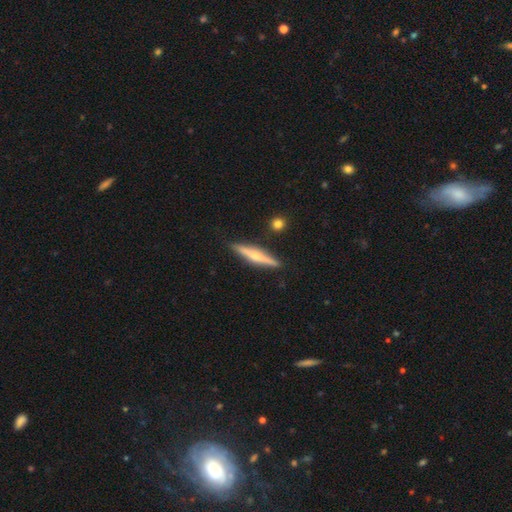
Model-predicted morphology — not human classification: A featured or disk galaxy (61%) viewed edge-on (97%) with a rounded central bulge (78%).

Vote fractions:
- Smooth or featured? featured or disk: 61% / smooth: 33% / star or artifact: 6%
- Edge-on disk? yes: 97% / no: 3%
- Edge-on bulge? rounded: 78% / none: 14% / boxy: 8%
- Merging? none: 88% / minor disturbance: 8% / merger: 2% / major disturbance: 2%